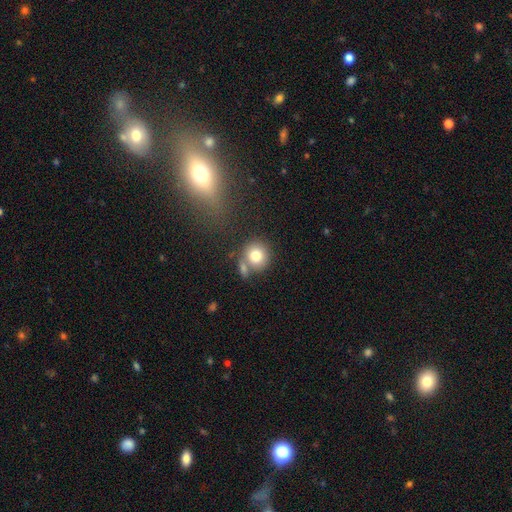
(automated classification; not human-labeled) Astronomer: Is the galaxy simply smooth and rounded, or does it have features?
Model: smooth — 79%.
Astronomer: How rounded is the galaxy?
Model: round — 87%.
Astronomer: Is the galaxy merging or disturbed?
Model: none — 60%.